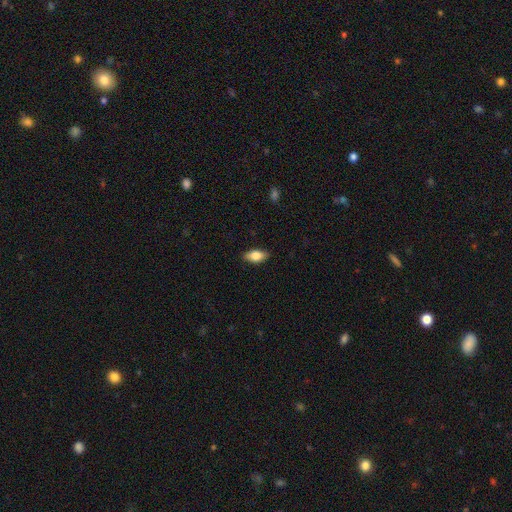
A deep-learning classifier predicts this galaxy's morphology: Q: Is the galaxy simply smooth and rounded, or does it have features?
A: smooth — 76%.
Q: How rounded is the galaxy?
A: in between — 87%.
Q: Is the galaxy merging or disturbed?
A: none — 86%.